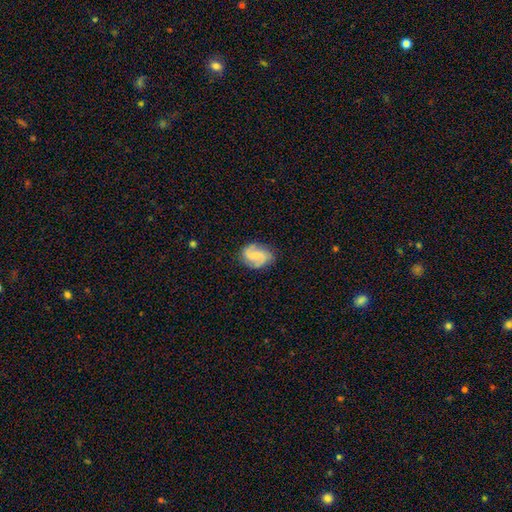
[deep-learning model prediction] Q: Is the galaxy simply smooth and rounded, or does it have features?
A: featured or disk — 73%.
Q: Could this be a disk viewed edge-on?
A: no — 98%.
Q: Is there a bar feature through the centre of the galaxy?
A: no — 47%.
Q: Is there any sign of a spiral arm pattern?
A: yes — 95%.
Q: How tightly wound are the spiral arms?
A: medium — 48%.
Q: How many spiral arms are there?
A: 2 — 73%.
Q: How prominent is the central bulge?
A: small — 59%.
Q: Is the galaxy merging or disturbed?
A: none — 76%.